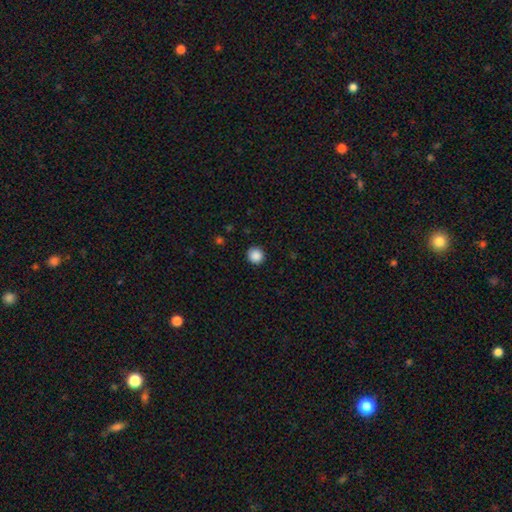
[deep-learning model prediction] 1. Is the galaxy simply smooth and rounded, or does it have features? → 88% smooth, 9% star or artifact, 3% featured or disk.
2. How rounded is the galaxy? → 93% round, 6% in between, 1% cigar-shaped.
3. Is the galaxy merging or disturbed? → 91% none, 6% minor disturbance, 2% major disturbance, 1% merger.